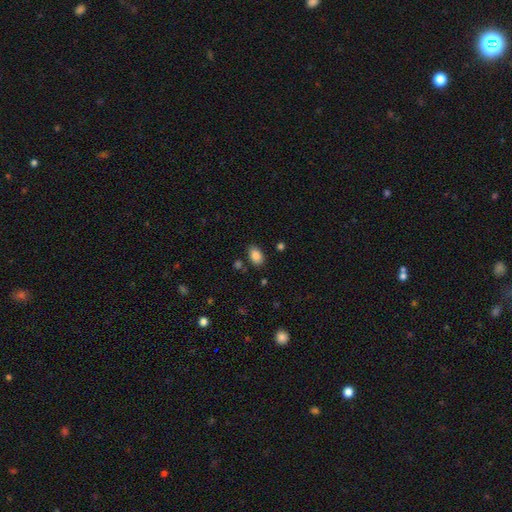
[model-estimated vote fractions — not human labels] The model was most divided on "merging": none: 82%, minor disturbance: 11%, merger: 4%, major disturbance: 3%. More confident: how rounded — in between (88%); smooth or featured — smooth (86%).